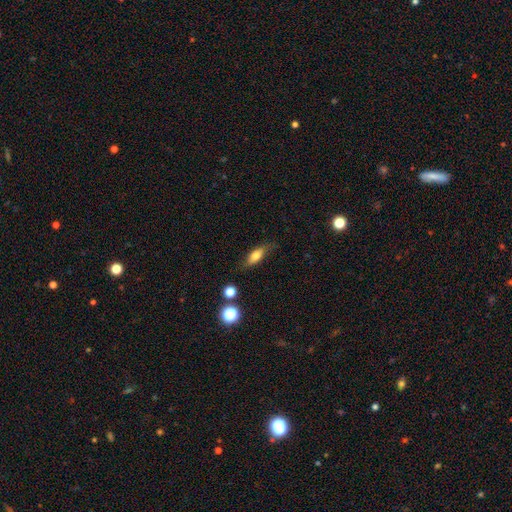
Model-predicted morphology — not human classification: Smooth or featured? Predicted: smooth (p=0.67). How rounded? Predicted: in between (p=0.69). Merging? Predicted: none (p=0.71).